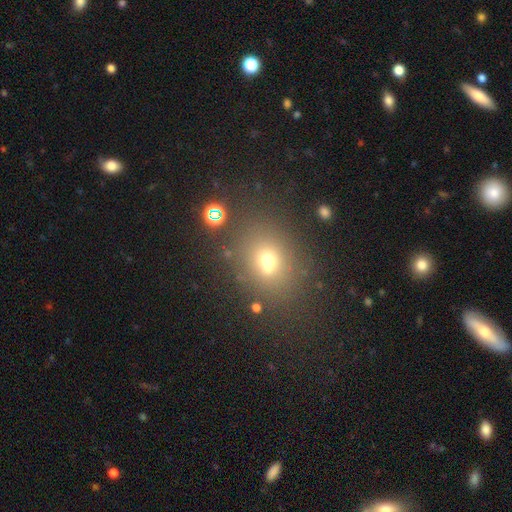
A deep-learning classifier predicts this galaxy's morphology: type=smooth (60%); roundness=round (58%); merging=none (83%).